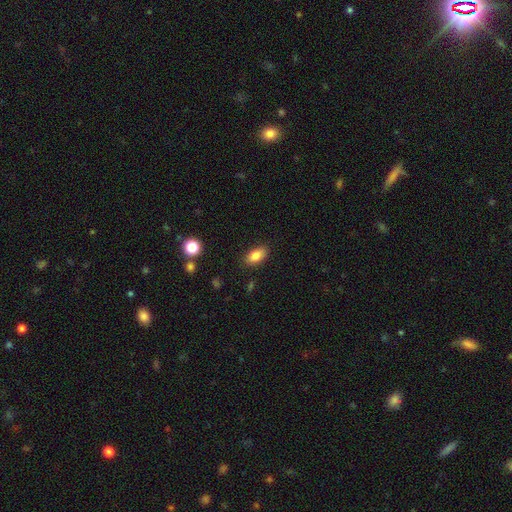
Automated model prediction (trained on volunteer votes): The model was most divided on "smooth or featured": smooth: 82%, featured or disk: 9%, star or artifact: 8%. More confident: how rounded — in between (90%); merging — none (86%).